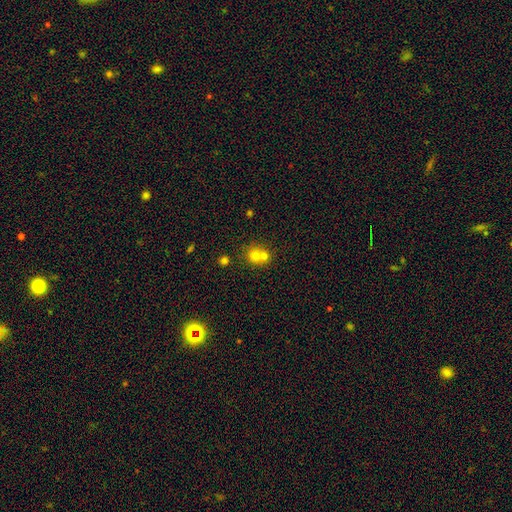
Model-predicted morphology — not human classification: A smooth galaxy with no disk features (72%) that is round (83%). Merging: merger (55%).